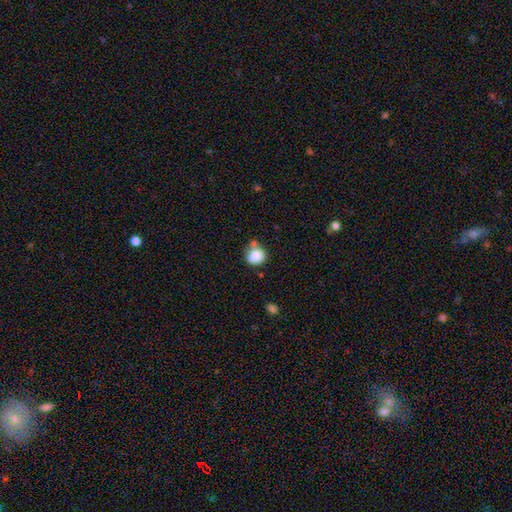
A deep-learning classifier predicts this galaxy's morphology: Smooth or featured? Predicted: smooth (p=0.85). How rounded? Predicted: round (p=0.82). Merging? Predicted: none (p=0.57).